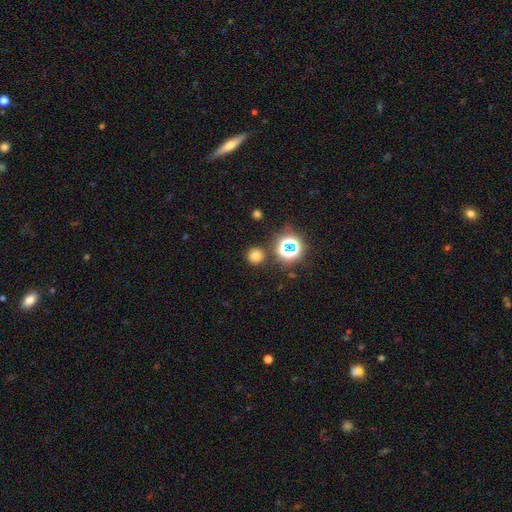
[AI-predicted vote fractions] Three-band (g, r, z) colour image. It shows a smooth galaxy with no disk features (71%) that is round (94%). Merging: none (86%).